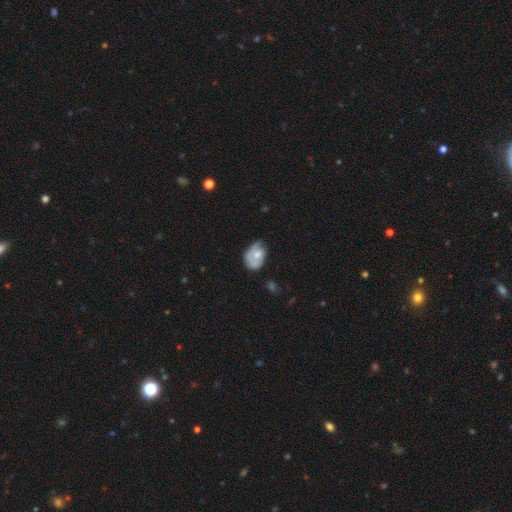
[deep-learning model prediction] A smooth galaxy with no disk features (54%) that is in between round and cigar-shaped (79%). Merging: none (42%).